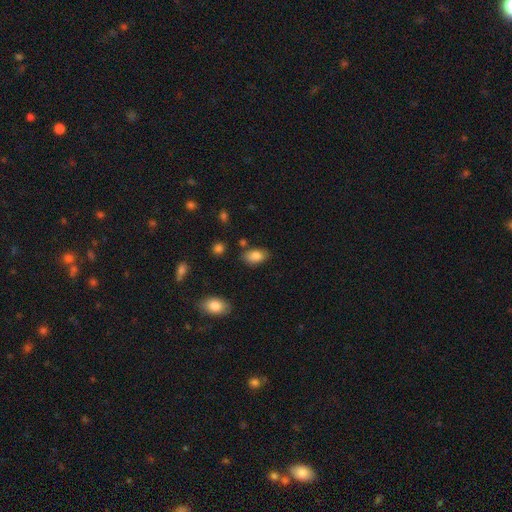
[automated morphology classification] This is clearly a smooth galaxy (82%). How rounded: clearly in between (91%). Merging: likely none (77%).